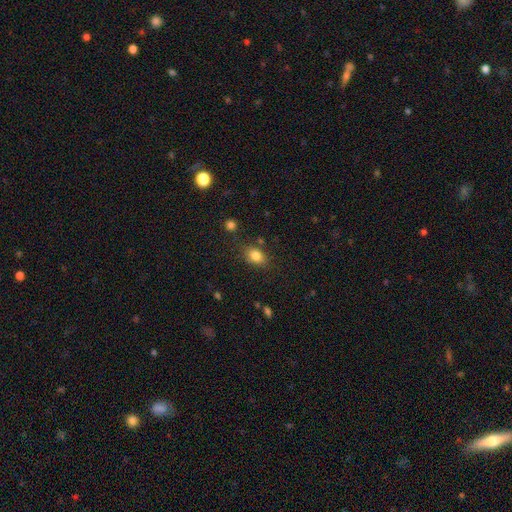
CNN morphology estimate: Smooth or featured? Predicted: smooth (p=0.82). How rounded? Predicted: in between (p=0.71). Merging? Predicted: none (p=0.77).